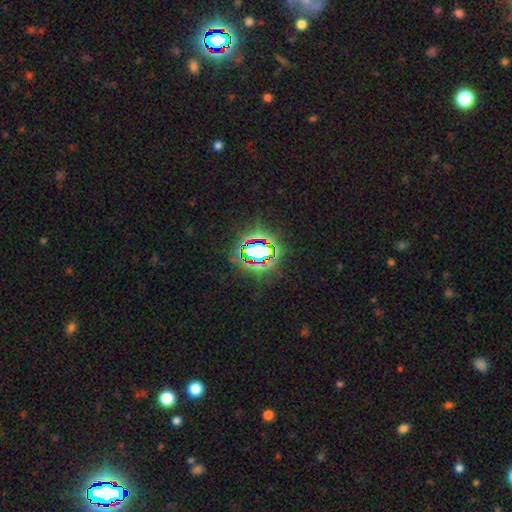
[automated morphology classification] type=star or artifact (71%).